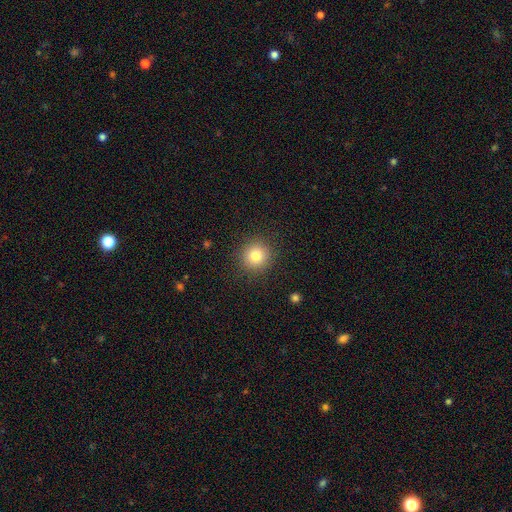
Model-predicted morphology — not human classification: smooth 81%, star or artifact 11%, featured or disk 7%. Down the decision tree: how rounded — round (92%); merging — none (89%).